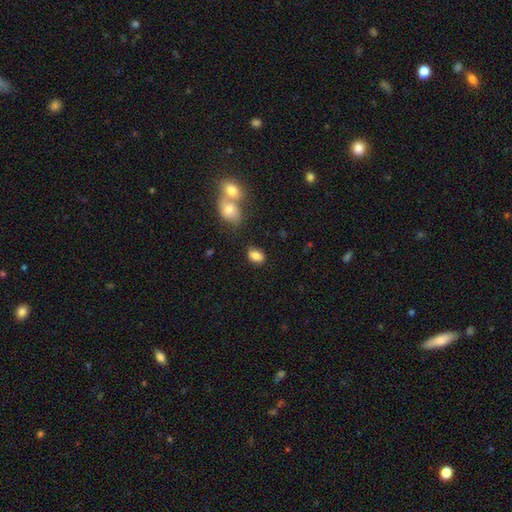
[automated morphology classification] type=smooth (84%); roundness=in between (83%); merging=none (73%).